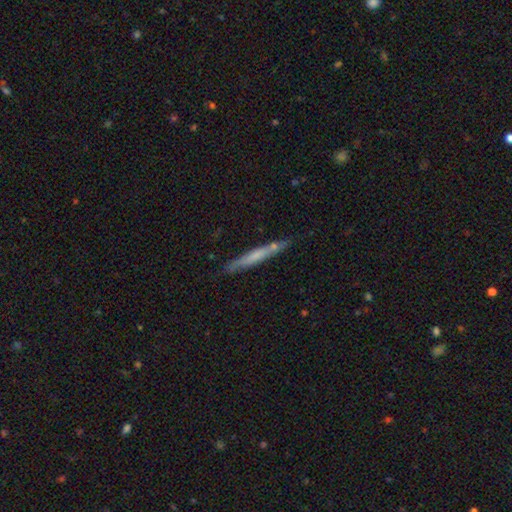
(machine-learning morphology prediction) Q: Smooth or featured?
A: smooth (51%); runner-up: featured or disk (43%)
Q: How rounded?
A: cigar-shaped (95%); runner-up: in between (3%)
Q: Merging?
A: none (81%); runner-up: minor disturbance (13%)